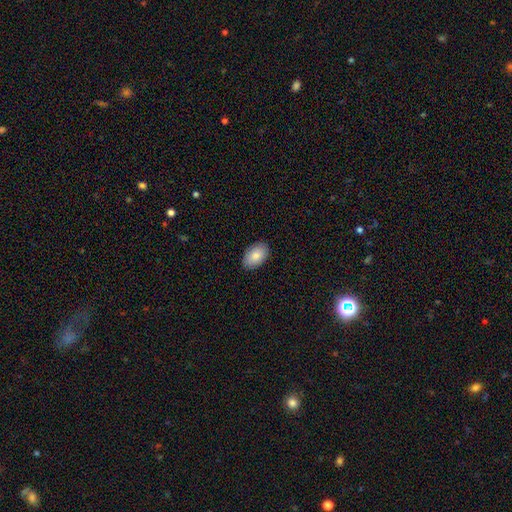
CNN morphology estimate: smooth-or-featured: smooth: 84% | featured or disk: 10% | star or artifact: 7%
  how-rounded: in between: 91% | round: 8% | cigar-shaped: 1%
  merging: none: 88% | minor disturbance: 9% | major disturbance: 2% | merger: 1%